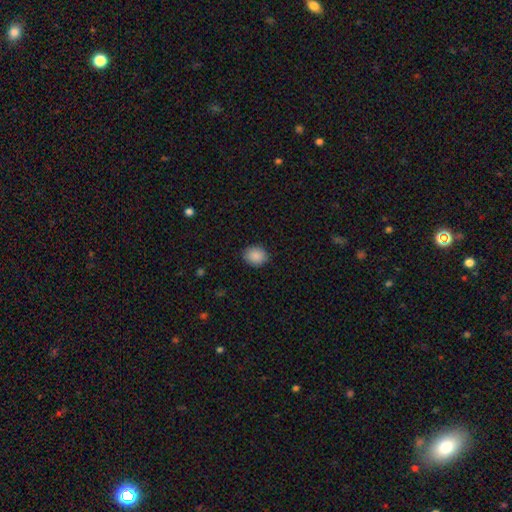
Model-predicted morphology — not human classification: A smooth galaxy with no disk features (89%) that is round (60%). Merging: none (87%).